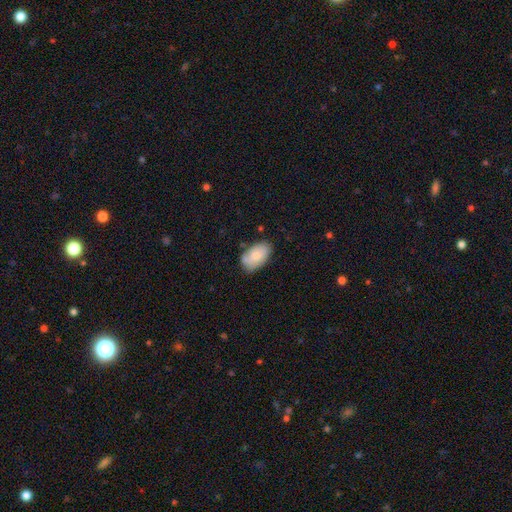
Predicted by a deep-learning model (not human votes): Q: Smooth or featured?
A: smooth (80%); runner-up: featured or disk (14%)
Q: How rounded?
A: in between (94%); runner-up: round (5%)
Q: Merging?
A: none (67%); runner-up: minor disturbance (24%)